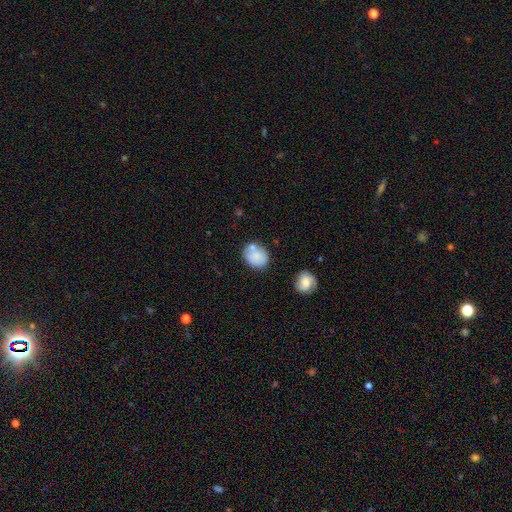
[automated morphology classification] Smooth or featured?
  - smooth: 77% *
  - featured or disk: 16%
  - star or artifact: 7%
How rounded?
  - round: 58% *
  - in between: 41%
  - cigar-shaped: 1%
Merging?
  - none: 60% *
  - minor disturbance: 18%
  - merger: 16%
  - major disturbance: 5%